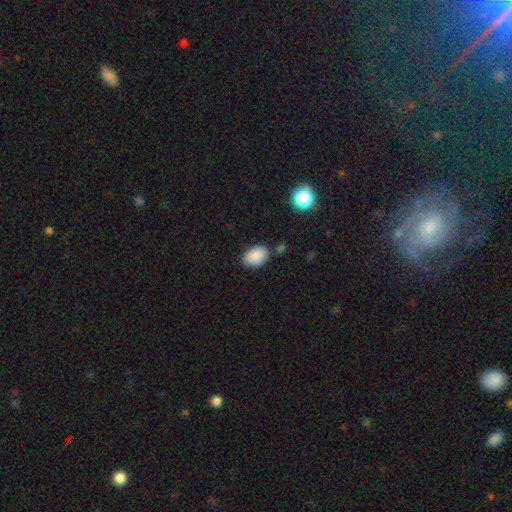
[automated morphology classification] smooth 89%, star or artifact 8%, featured or disk 4%. Down the decision tree: how rounded — in between (87%); merging — none (79%).